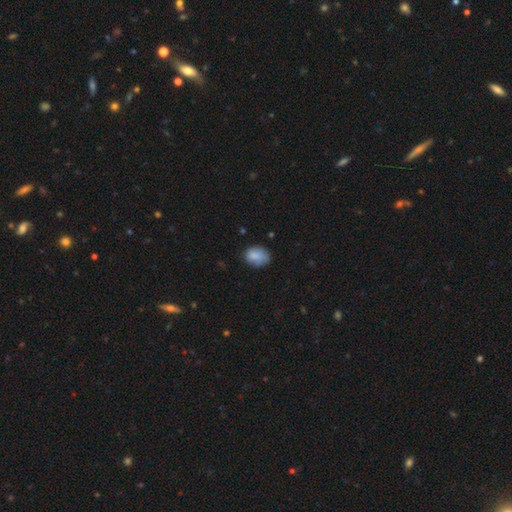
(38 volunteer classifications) Smooth or featured?
  - smooth: 87% *
  - featured or disk: 11%
  - star or artifact: 3%
How rounded?
  - in between: 79% *
  - round: 21%
  - cigar-shaped: 0%
Merging?
  - none: 76% *
  - minor disturbance: 19%
  - major disturbance: 3%
  - merger: 3%